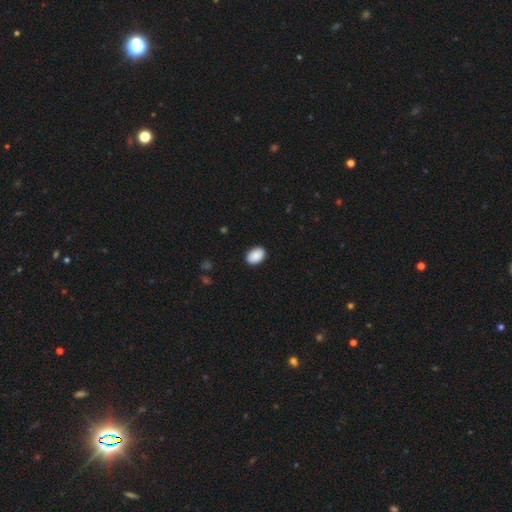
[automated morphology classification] smooth-or-featured: smooth: 91% | star or artifact: 7% | featured or disk: 3%
  how-rounded: in between: 83% | round: 16% | cigar-shaped: 1%
  merging: none: 89% | minor disturbance: 8% | major disturbance: 2% | merger: 1%